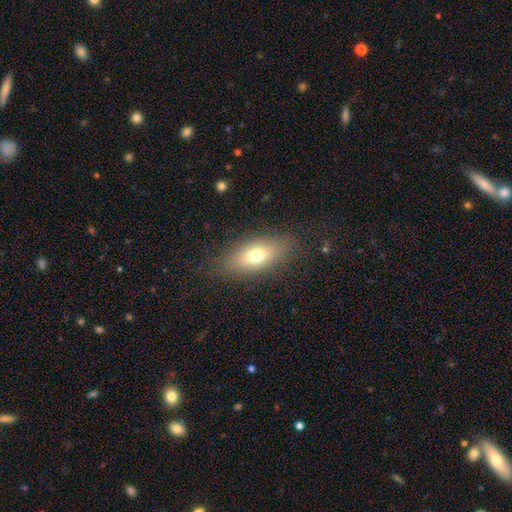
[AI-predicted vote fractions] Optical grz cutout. It shows a smooth galaxy with no disk features (70%) that is in between round and cigar-shaped (82%). Merging: none (83%).